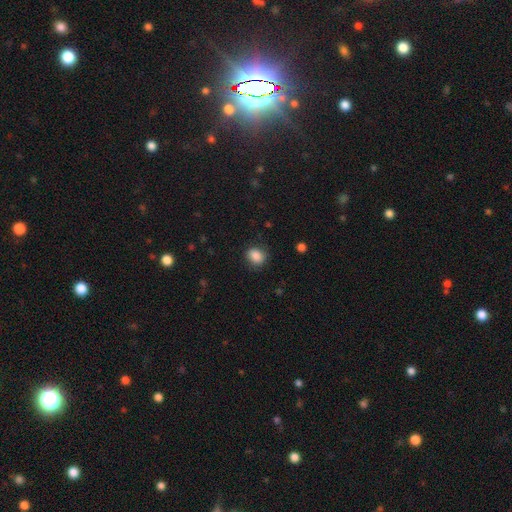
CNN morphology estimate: smooth_or_featured: smooth (p=0.87) [alt: star or artifact p=0.09]
how_rounded: round (p=0.53) [alt: in between p=0.46]
merging: none (p=0.82) [alt: minor disturbance p=0.13]